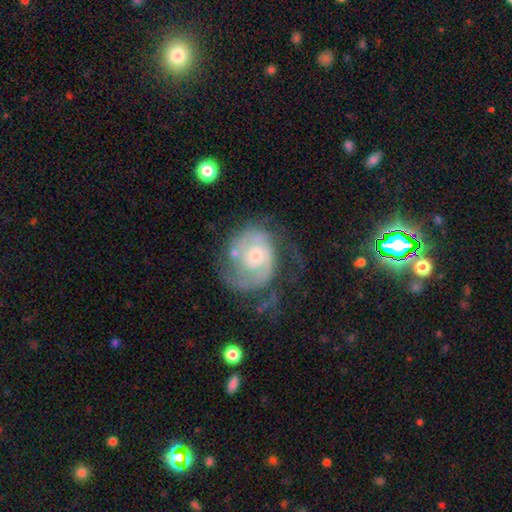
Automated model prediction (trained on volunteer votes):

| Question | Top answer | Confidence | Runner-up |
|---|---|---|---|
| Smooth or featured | featured or disk | 85% | smooth (10%) |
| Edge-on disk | no | 98% | yes (2%) |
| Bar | no | 70% | weak (26%) |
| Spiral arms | yes | 94% | no (6%) |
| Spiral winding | tight | 55% | medium (35%) |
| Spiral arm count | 2 | 56% | can't tell (19%) |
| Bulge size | moderate | 46% | small (45%) |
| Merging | none | 51% | major disturbance (23%) |